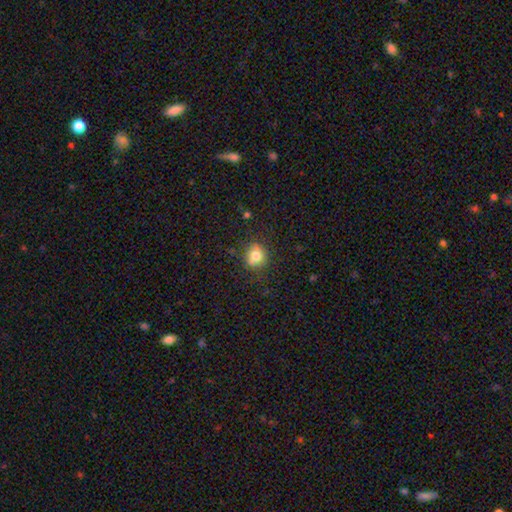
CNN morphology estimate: Smooth or featured? smooth (78%)
How rounded? round (79%)
Merging? none (76%)